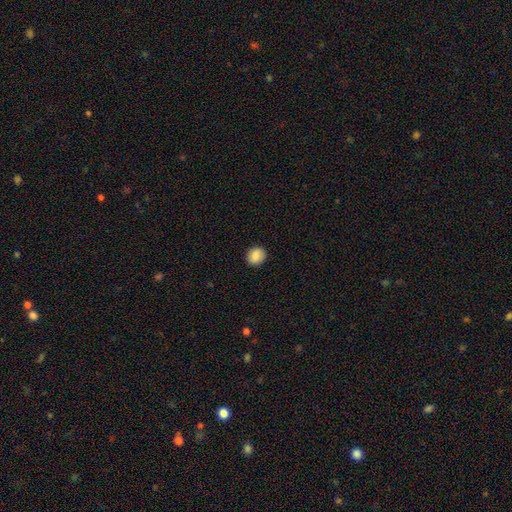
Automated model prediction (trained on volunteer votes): This appears to be a smooth galaxy with no disk features (86%) that is round (82%). Merging: none (90%).